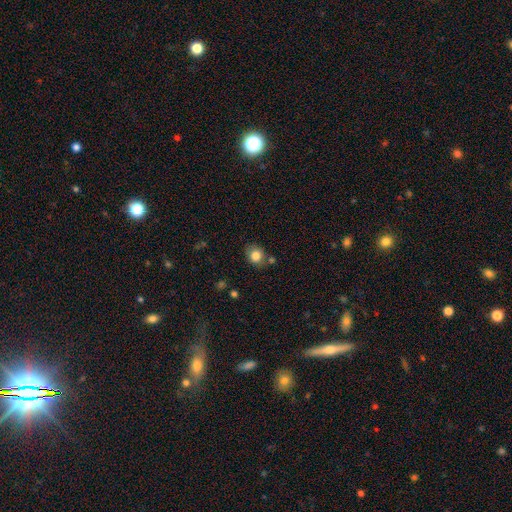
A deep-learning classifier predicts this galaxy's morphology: This appears to be a smooth galaxy with no disk features (83%) that is round (67%). Merging: none (71%).